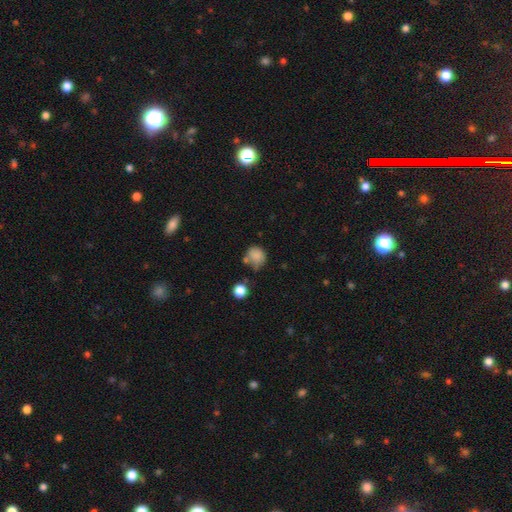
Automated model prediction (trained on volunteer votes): The model was most divided on "merging": none: 47%, minor disturbance: 27%, merger: 14%, major disturbance: 11%. More confident: smooth or featured — smooth (81%); how rounded — round (73%).